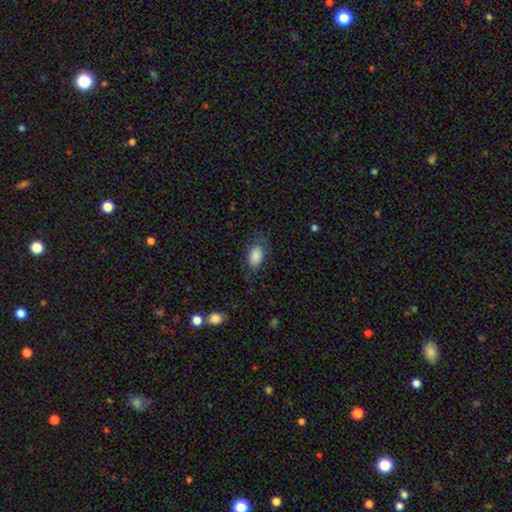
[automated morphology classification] Smooth or featured? Predicted: smooth (p=0.85). How rounded? Predicted: in between (p=0.88). Merging? Predicted: none (p=0.69).